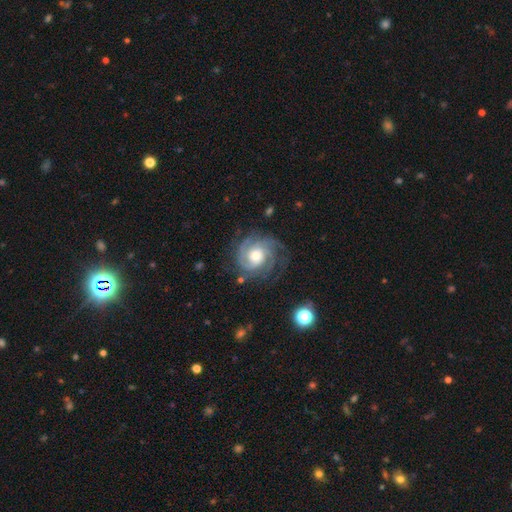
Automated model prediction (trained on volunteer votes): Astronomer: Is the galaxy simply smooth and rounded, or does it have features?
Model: featured or disk — 89%.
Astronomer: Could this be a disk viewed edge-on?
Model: no — 98%.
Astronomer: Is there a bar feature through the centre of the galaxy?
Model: no — 70%.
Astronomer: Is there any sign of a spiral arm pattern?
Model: yes — 98%.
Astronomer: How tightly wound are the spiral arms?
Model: tight — 67%.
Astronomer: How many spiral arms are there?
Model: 3 — 38% (runner-up: can't tell, 18%).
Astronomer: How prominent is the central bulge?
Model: moderate — 65%.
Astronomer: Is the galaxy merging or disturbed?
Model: none — 72%.